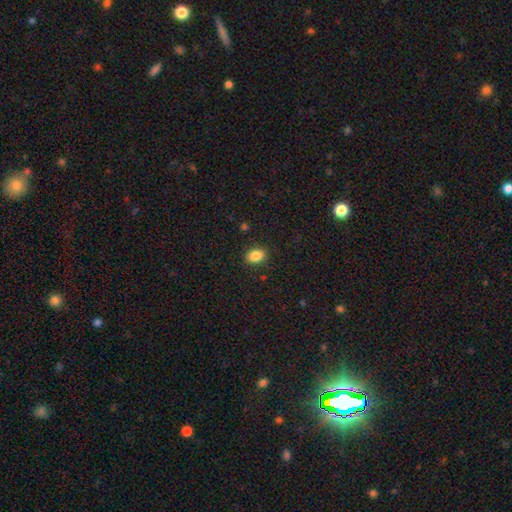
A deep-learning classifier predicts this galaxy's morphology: smooth 86%, star or artifact 9%, featured or disk 5%. Down the decision tree: how rounded — in between (78%); merging — none (87%).